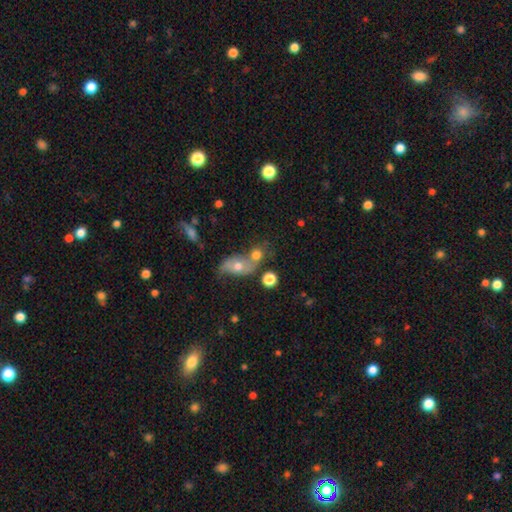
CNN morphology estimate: Q: Smooth or featured?
A: smooth (55%); runner-up: featured or disk (28%)
Q: How rounded?
A: round (47%); tied with: in between (47%)
Q: Merging?
A: merger (43%); runner-up: none (38%)